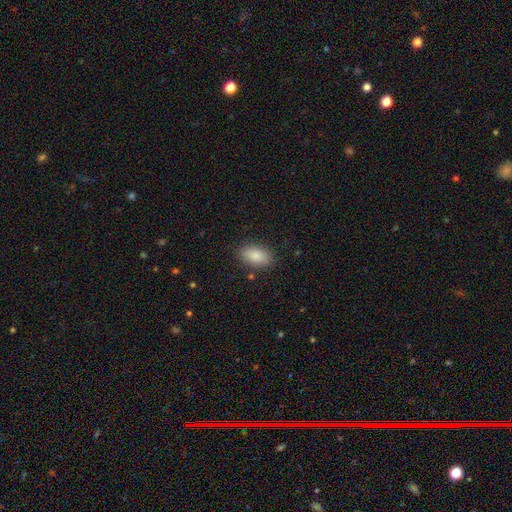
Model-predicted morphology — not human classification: This appears to be a smooth galaxy with no disk features (86%) that is in between round and cigar-shaped (92%). Merging: none (86%).